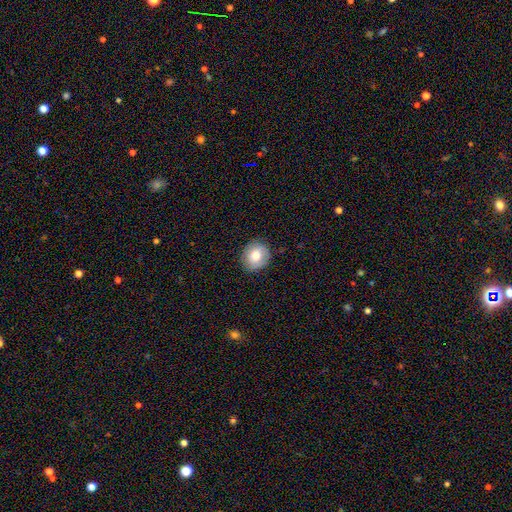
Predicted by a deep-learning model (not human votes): Smooth or featured? smooth (78%)
How rounded? round (73%)
Merging? none (85%)